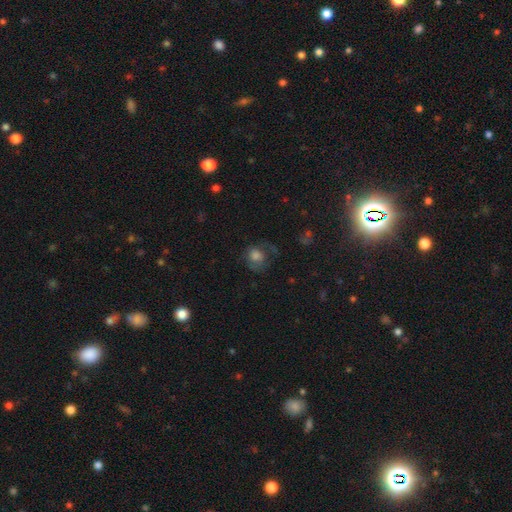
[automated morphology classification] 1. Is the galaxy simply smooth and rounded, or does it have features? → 70% smooth, 19% featured or disk, 11% star or artifact.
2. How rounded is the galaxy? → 71% round, 28% in between, 1% cigar-shaped.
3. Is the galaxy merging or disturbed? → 46% none, 27% major disturbance, 24% minor disturbance, 2% merger.